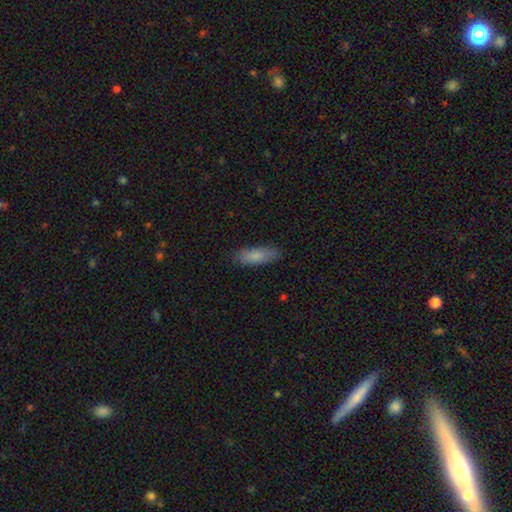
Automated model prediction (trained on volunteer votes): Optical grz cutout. It shows a smooth galaxy with no disk features (83%) that is in between round and cigar-shaped (57%). Merging: none (85%).